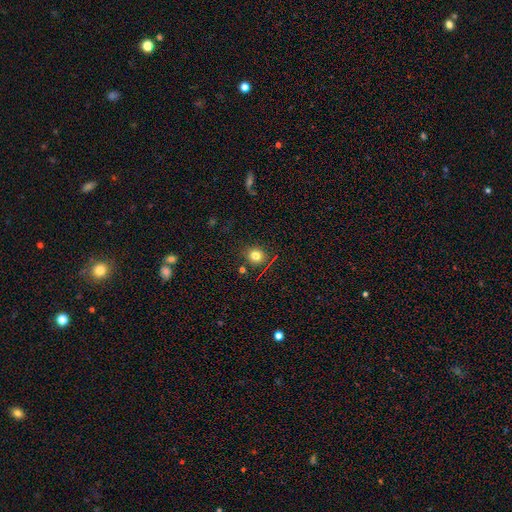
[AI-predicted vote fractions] Smooth or featured: smooth — 77% (star or artifact — 15%)
How rounded: round — 83% (in between — 16%)
Merging: none — 83% (minor disturbance — 10%)